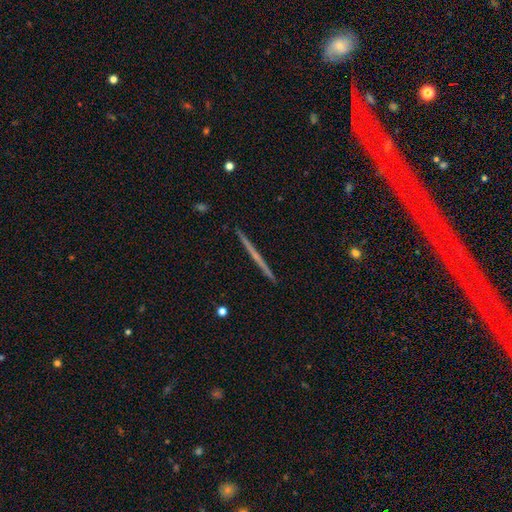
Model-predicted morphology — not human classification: smooth-or-featured: featured or disk: 65% | smooth: 29% | star or artifact: 6%
  disk-edge-on: yes: 98% | no: 2%
    edge-on-bulge: none: 80% | rounded: 16% | boxy: 4%
  merging: none: 93% | minor disturbance: 5% | major disturbance: 1% | merger: 1%